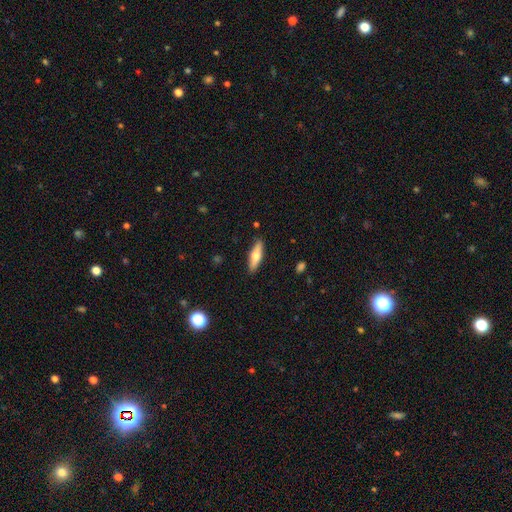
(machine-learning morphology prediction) smooth-or-featured: smooth: 53% | featured or disk: 41% | star or artifact: 6%
  how-rounded: cigar-shaped: 61% | in between: 37% | round: 2%
  merging: none: 89% | minor disturbance: 8% | major disturbance: 2% | merger: 1%